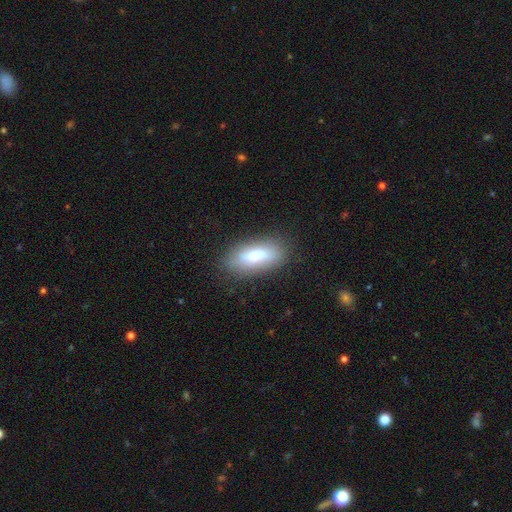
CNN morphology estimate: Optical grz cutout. It shows a smooth galaxy with no disk features (80%) that is in between round and cigar-shaped (77%). Merging: none (79%).